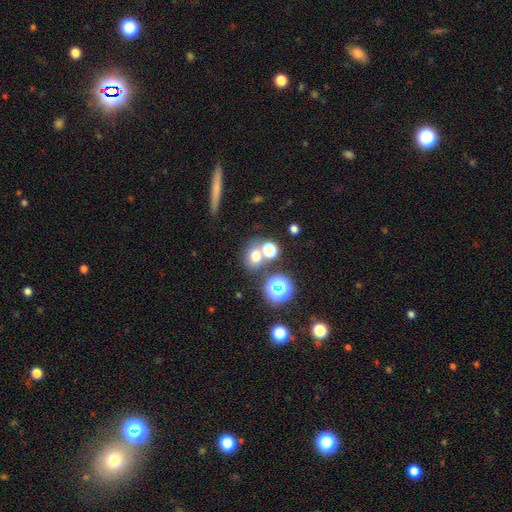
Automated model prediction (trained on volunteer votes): Q: Smooth or featured?
A: smooth (64%); runner-up: star or artifact (25%)
Q: How rounded?
A: round (68%); runner-up: in between (30%)
Q: Merging?
A: none (61%); runner-up: merger (25%)